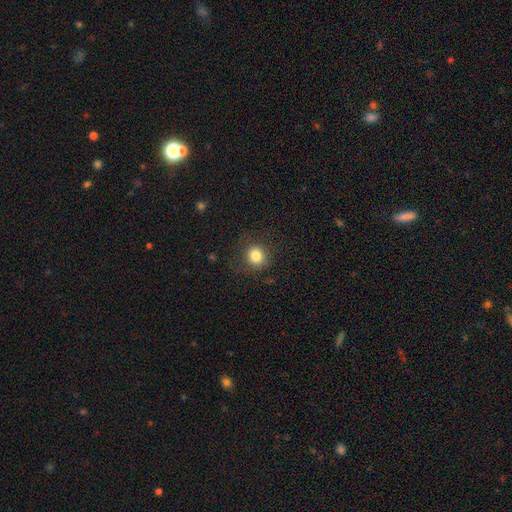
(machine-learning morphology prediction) A smooth galaxy with no disk features (83%) that is round (87%). Merging: none (82%).